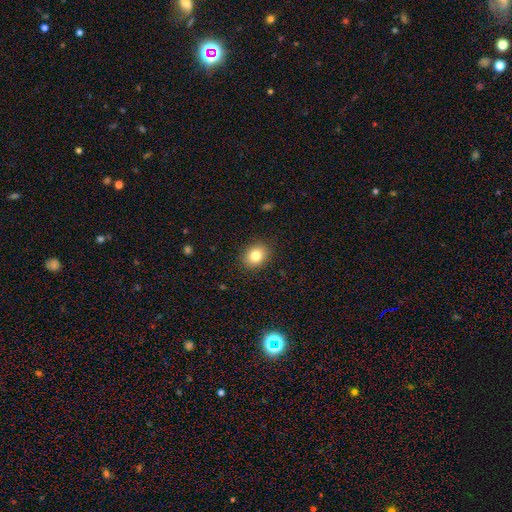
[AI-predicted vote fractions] Smooth or featured: smooth — 82% (star or artifact — 10%)
How rounded: round — 59% (in between — 40%)
Merging: none — 89% (minor disturbance — 8%)